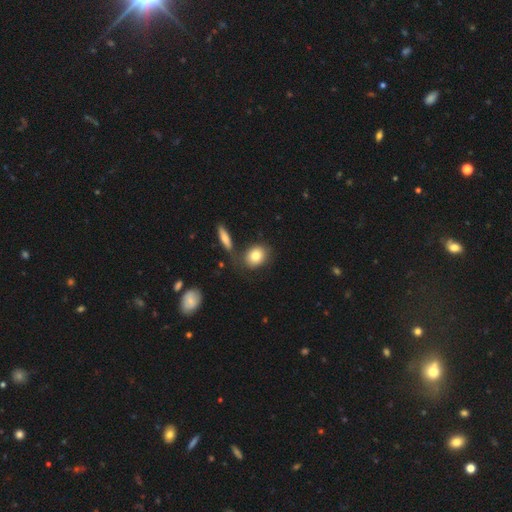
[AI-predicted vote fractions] Smooth or featured? Predicted: smooth (p=0.81). How rounded? Predicted: round (p=0.55). Merging? Predicted: none (p=0.71).